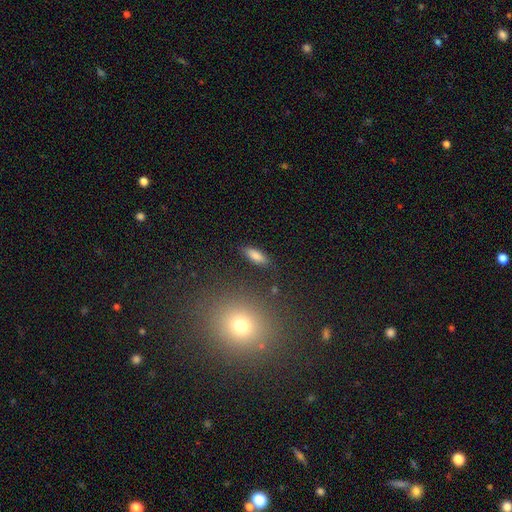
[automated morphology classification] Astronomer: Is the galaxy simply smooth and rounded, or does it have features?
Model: smooth — 84%.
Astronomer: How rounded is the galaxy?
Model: in between — 71%.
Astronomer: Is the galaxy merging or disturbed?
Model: none — 84%.